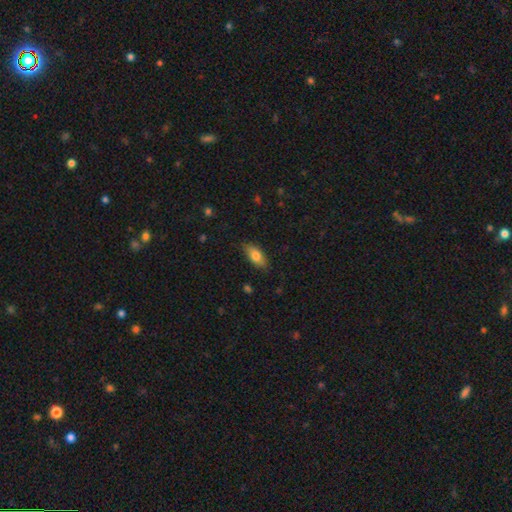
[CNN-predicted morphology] Smooth or featured?
  - smooth: 77% *
  - featured or disk: 16%
  - star or artifact: 7%
How rounded?
  - in between: 83% *
  - cigar-shaped: 14%
  - round: 3%
Merging?
  - none: 82% *
  - minor disturbance: 14%
  - major disturbance: 3%
  - merger: 1%